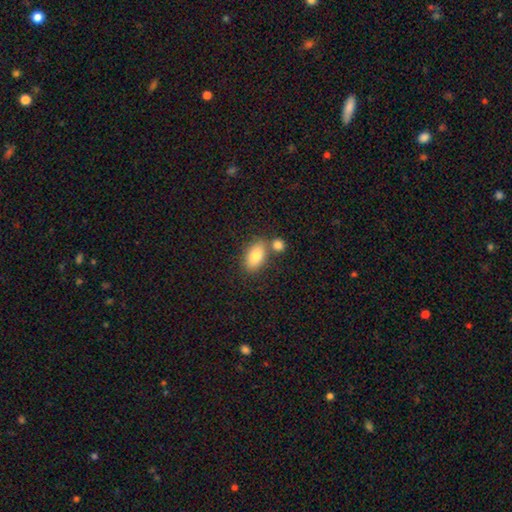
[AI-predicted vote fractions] Smooth or featured? Predicted: smooth (p=0.79). How rounded? Predicted: in between (p=0.89). Merging? Predicted: none (p=0.61).